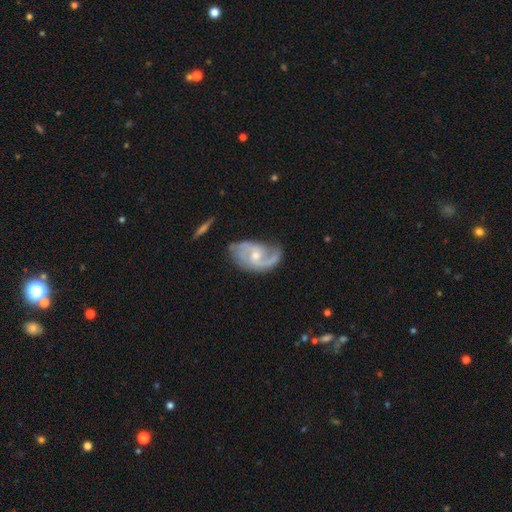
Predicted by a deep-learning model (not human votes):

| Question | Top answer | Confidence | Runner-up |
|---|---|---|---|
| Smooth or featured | featured or disk | 88% | smooth (7%) |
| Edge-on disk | no | 97% | yes (3%) |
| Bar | no | 54% | weak (39%) |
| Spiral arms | yes | 97% | no (3%) |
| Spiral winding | medium | 49% | loose (31%) |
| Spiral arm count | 2 | 78% | 3 (7%) |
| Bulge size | moderate | 49% | small (46%) |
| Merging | none | 62% | minor disturbance (24%) |